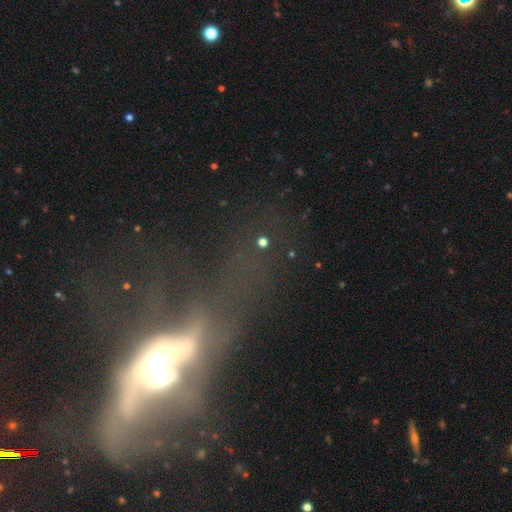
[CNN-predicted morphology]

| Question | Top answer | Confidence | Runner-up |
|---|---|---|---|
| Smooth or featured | featured or disk | 50% | star or artifact (27%) |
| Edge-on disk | no | 71% | yes (29%) |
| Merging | merger | 36% | major disturbance (34%) |